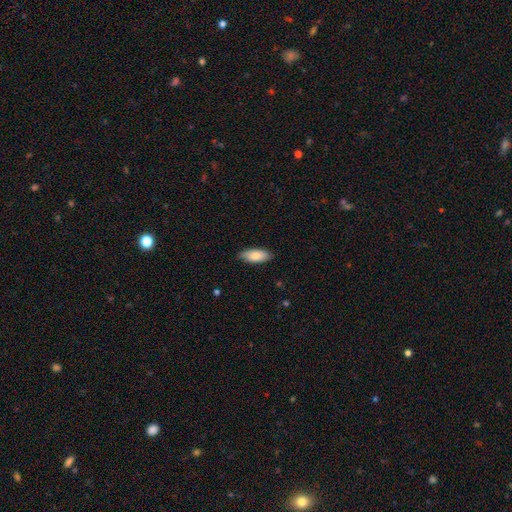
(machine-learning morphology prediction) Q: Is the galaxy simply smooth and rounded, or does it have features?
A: smooth — 83%.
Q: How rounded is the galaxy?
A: in between — 85%.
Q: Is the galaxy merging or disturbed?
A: none — 84%.